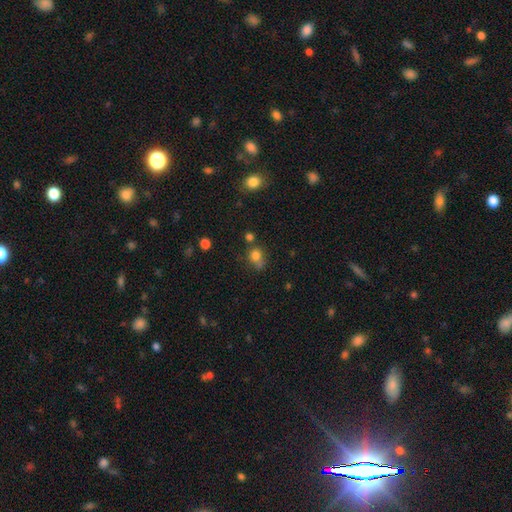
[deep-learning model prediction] Q: Smooth or featured?
A: smooth (77%); runner-up: star or artifact (14%)
Q: How rounded?
A: round (70%); runner-up: in between (29%)
Q: Merging?
A: none (48%); runner-up: merger (24%)